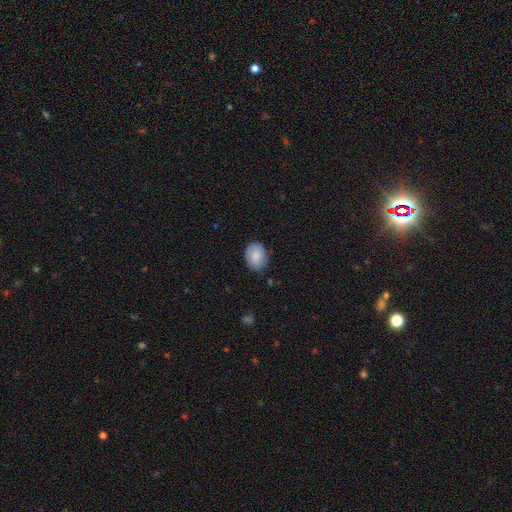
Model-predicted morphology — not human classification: Overall: smooth (84%). How rounded: in between (65%; round 34%). Merging: none (80%).